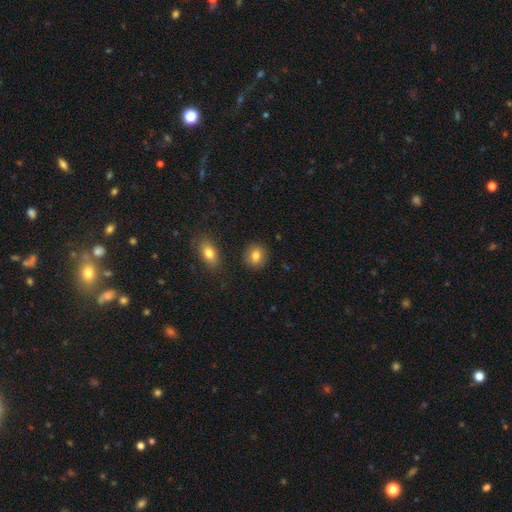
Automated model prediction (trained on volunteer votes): smooth 82%, featured or disk 10%, star or artifact 9%. Down the decision tree: how rounded — round (74%); merging — none (87%).